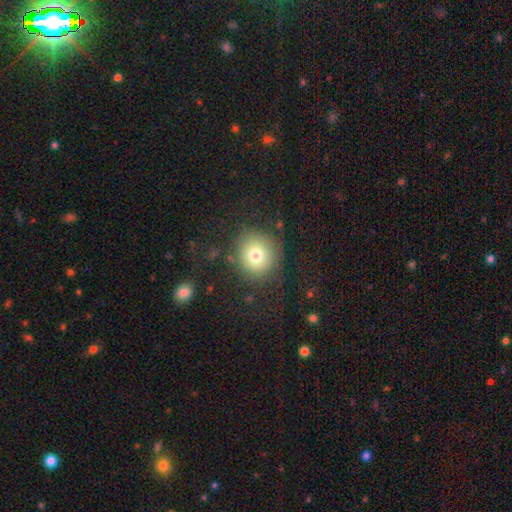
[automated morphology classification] smooth_or_featured: smooth (p=0.76) [alt: star or artifact p=0.13]
how_rounded: round (p=0.89) [alt: in between p=0.10]
merging: none (p=0.81) [alt: minor disturbance p=0.11]